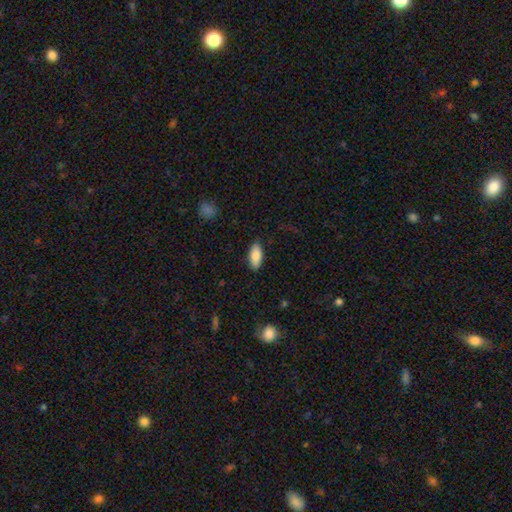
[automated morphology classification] Smooth or featured: smooth — 85% (featured or disk — 8%)
How rounded: in between — 88% (cigar-shaped — 10%)
Merging: none — 87% (minor disturbance — 10%)